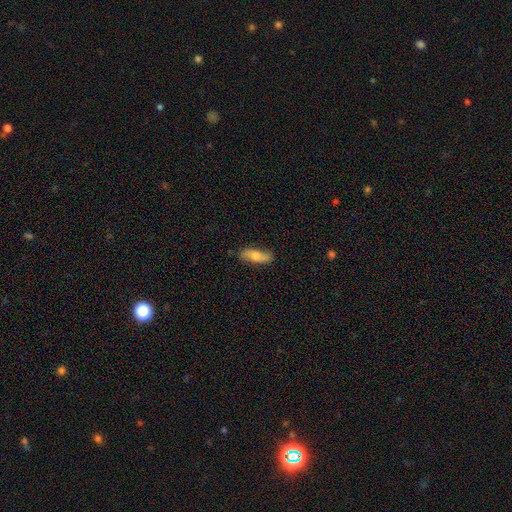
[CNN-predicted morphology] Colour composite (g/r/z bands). It shows a smooth galaxy with no disk features (59%) that is in between round and cigar-shaped (58%). Merging: none (79%).